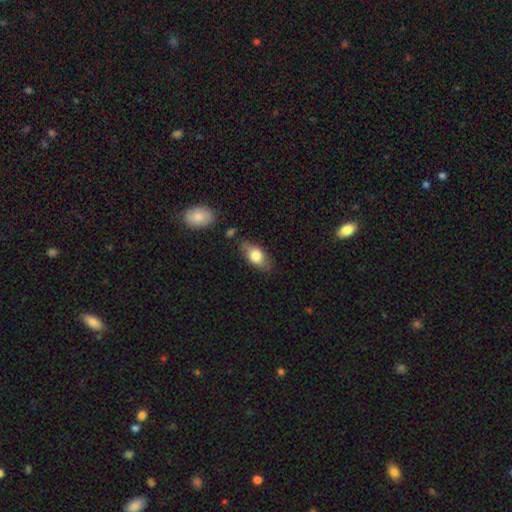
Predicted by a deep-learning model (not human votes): Q: Smooth or featured?
A: smooth (75%); runner-up: featured or disk (18%)
Q: How rounded?
A: in between (87%); runner-up: round (7%)
Q: Merging?
A: none (75%); runner-up: minor disturbance (17%)